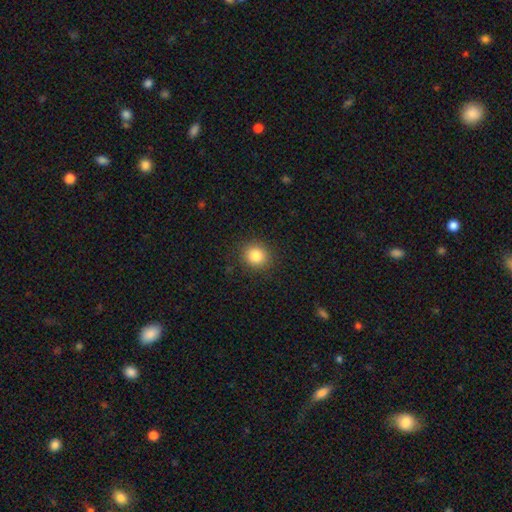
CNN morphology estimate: Smooth or featured: smooth — 84% (star or artifact — 10%)
How rounded: round — 87% (in between — 12%)
Merging: none — 90% (minor disturbance — 7%)